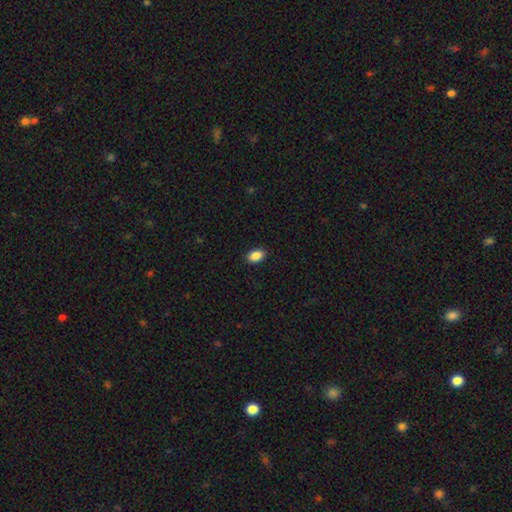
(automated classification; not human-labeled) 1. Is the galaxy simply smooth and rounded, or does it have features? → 89% smooth, 8% star or artifact, 4% featured or disk.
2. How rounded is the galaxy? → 90% in between, 8% round, 2% cigar-shaped.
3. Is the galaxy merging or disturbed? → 89% none, 8% minor disturbance, 2% major disturbance, 1% merger.